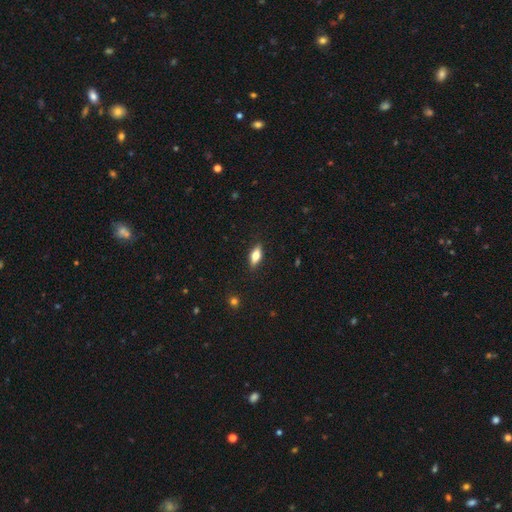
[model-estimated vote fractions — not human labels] Smooth or featured? Predicted: smooth (p=0.64). How rounded? Predicted: in between (p=0.72). Merging? Predicted: none (p=0.87).